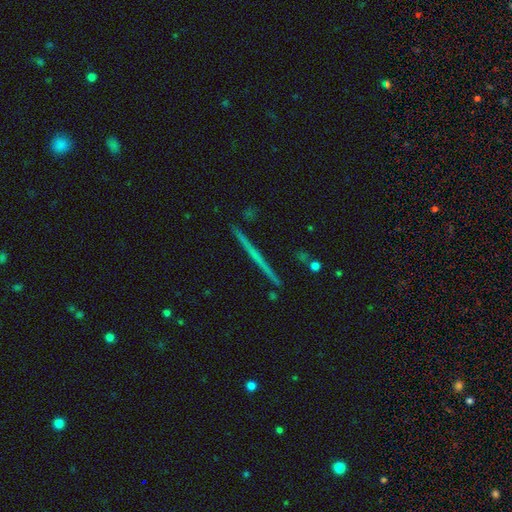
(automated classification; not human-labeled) Overall: featured or disk (65%; smooth 28%). Edge-on disk: yes (98%). Edge-on bulge: none (87%). Merging: none (92%).